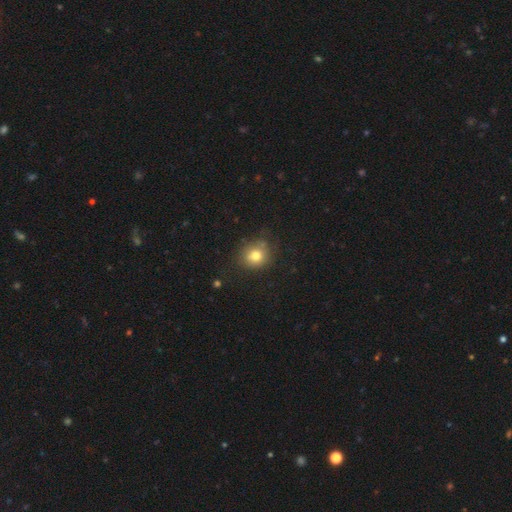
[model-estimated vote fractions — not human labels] A smooth galaxy with no disk features (77%) that is round (77%). Merging: none (71%).